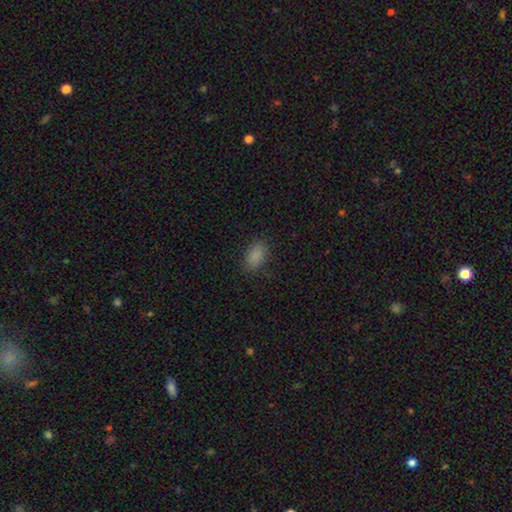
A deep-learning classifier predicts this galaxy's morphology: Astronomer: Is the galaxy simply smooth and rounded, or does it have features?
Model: smooth — 86%.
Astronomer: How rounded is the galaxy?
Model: in between — 89%.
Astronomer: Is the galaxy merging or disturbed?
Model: none — 83%.